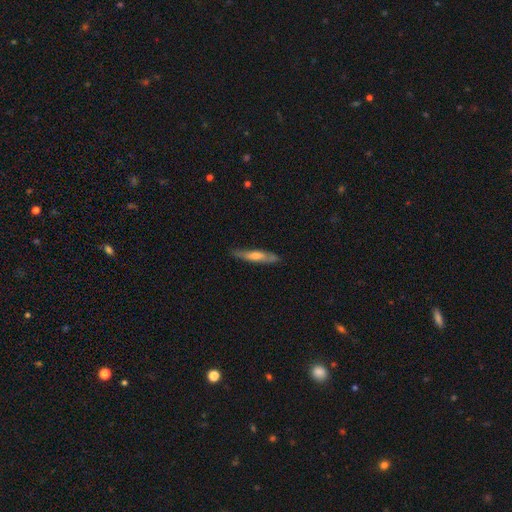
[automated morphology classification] featured or disk 53%, smooth 41%, star or artifact 6%. Down the decision tree: edge-on disk — yes (79%); merging — none (81%).